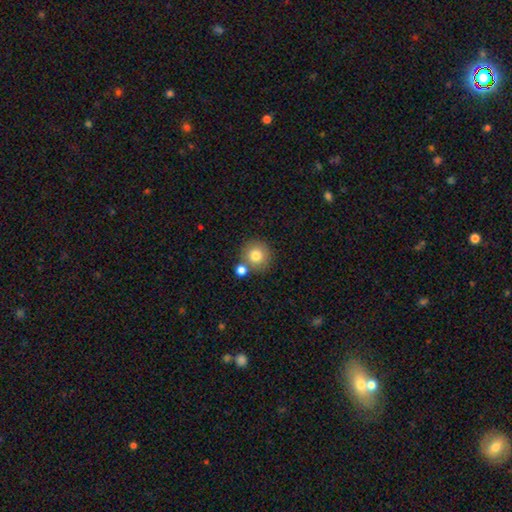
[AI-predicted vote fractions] A smooth galaxy with no disk features (80%) that is round (92%).

Vote fractions:
- Smooth or featured? smooth: 80% / star or artifact: 11% / featured or disk: 10%
- How rounded? round: 92% / in between: 7% / cigar-shaped: 1%
- Merging? none: 73% / merger: 16% / minor disturbance: 8% / major disturbance: 3%